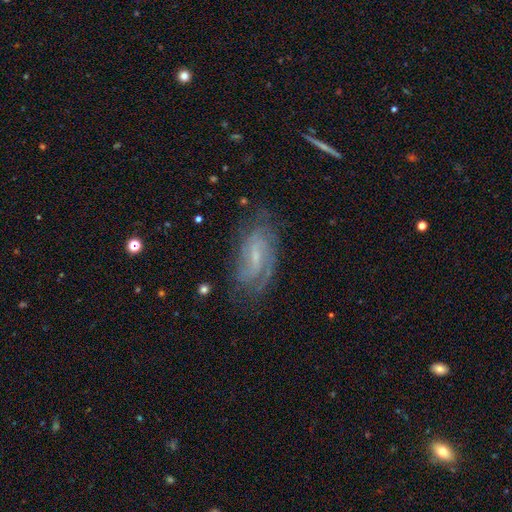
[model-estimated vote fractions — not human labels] This appears to be a featured or disk galaxy (80%) with a weak bar (53%), 2 (47%) tight (45%) spiral arms (94%) and a small central bulge (68%). Merging: none (72%).